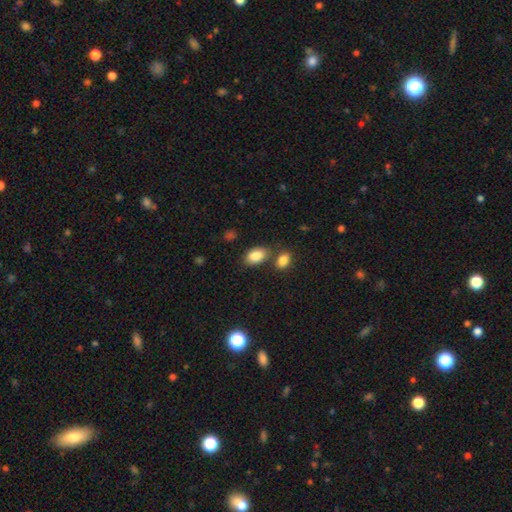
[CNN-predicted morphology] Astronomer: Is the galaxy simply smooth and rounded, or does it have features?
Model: smooth — 87%.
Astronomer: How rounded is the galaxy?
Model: in between — 91%.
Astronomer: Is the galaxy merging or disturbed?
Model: none — 67%.